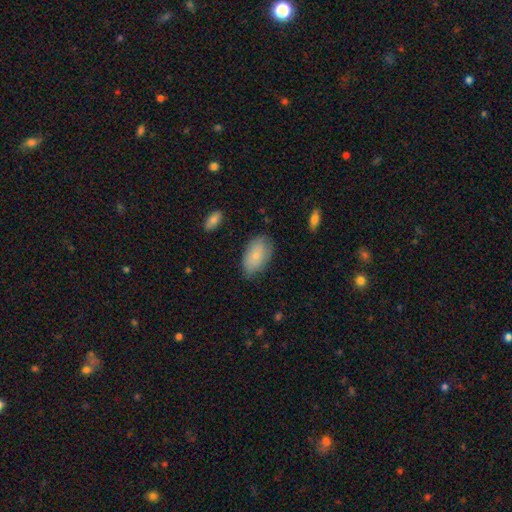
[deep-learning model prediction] smooth_or_featured: smooth (p=0.76) [alt: featured or disk p=0.17]
how_rounded: in between (p=0.92) [alt: round p=0.06]
merging: none (p=0.75) [alt: minor disturbance p=0.20]